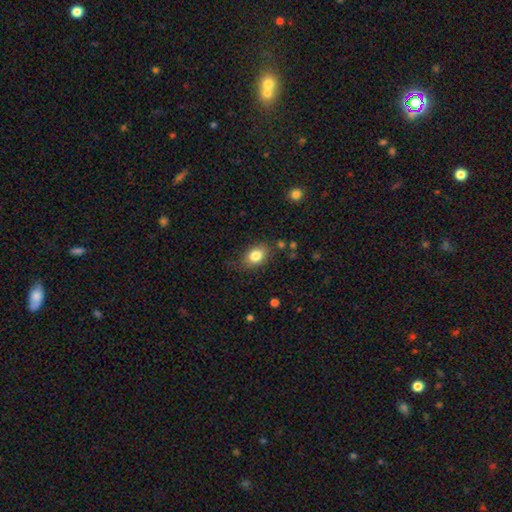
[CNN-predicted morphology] Smooth or featured: smooth — 82% (featured or disk — 9%)
How rounded: in between — 75% (round — 23%)
Merging: none — 75% (minor disturbance — 18%)